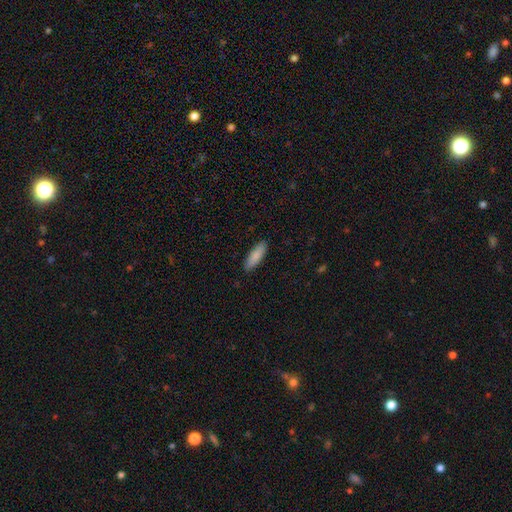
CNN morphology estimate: Smooth or featured? Predicted: smooth (p=0.88). How rounded? Predicted: in between (p=0.53). Merging? Predicted: none (p=0.89).